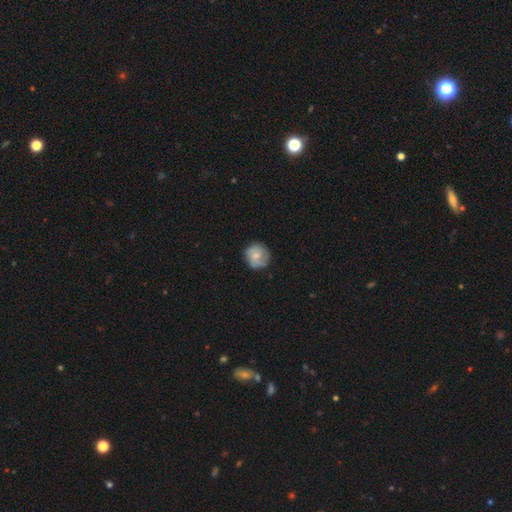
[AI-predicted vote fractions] A smooth galaxy with no disk features (60%) that is round (89%).

Vote fractions:
- Smooth or featured? smooth: 60% / featured or disk: 33% / star or artifact: 7%
- How rounded? round: 89% / in between: 10% / cigar-shaped: 1%
- Merging? none: 76% / minor disturbance: 18% / major disturbance: 5% / merger: 1%